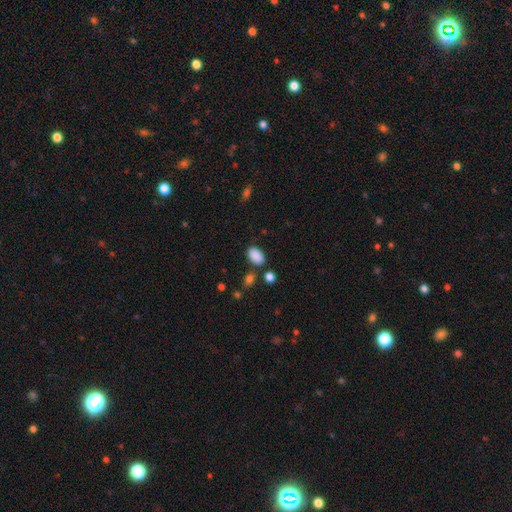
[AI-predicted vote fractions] Morphology: type=smooth (88%); roundness=in between (91%); merging=none (77%).